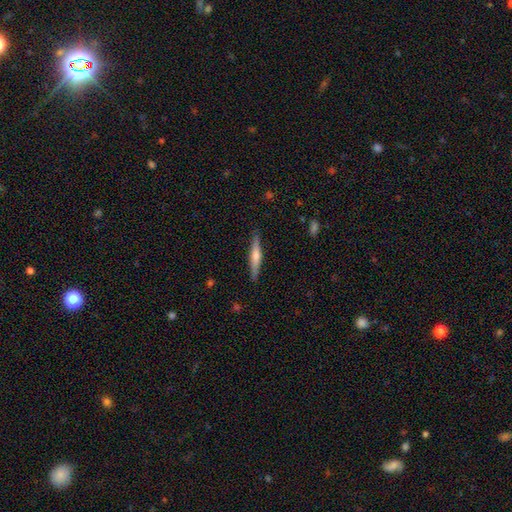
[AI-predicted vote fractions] Smooth or featured? featured or disk (63%)
Edge-on disk? yes (97%)
Edge-on bulge? rounded (78%)
Merging? none (90%)